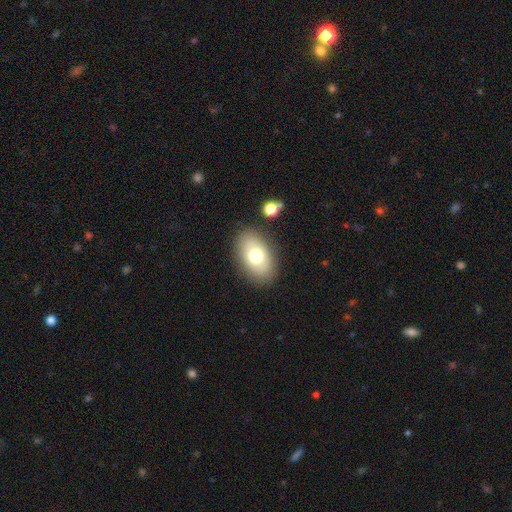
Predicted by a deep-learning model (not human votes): smooth-or-featured: smooth: 70% | featured or disk: 21% | star or artifact: 9%
  how-rounded: in between: 87% | round: 12% | cigar-shaped: 1%
  merging: none: 84% | minor disturbance: 10% | major disturbance: 4% | merger: 2%